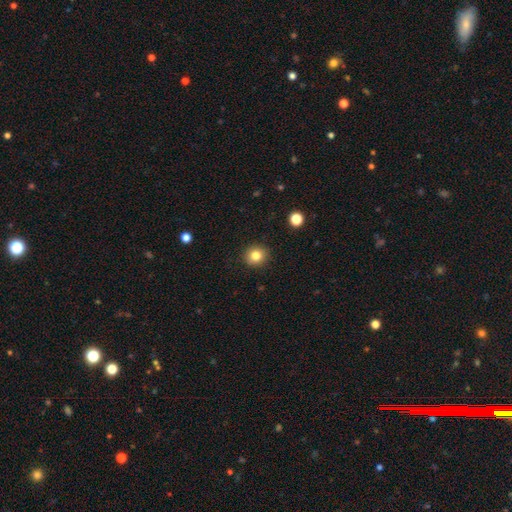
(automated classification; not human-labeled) A smooth galaxy with no disk features (82%) that is round (89%). Merging: none (91%).